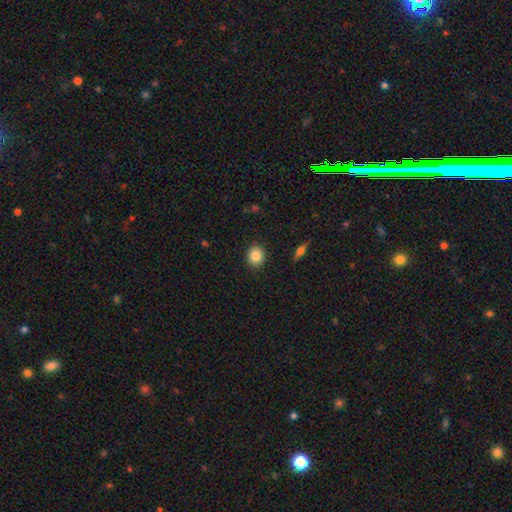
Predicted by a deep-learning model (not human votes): A smooth galaxy with no disk features (84%) that is round (76%). Merging: none (90%).